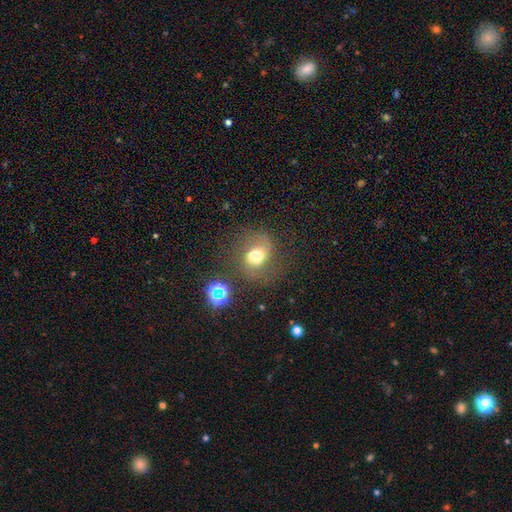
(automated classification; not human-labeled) smooth_or_featured: featured or disk (p=0.45) [alt: smooth p=0.39]
merging: none (p=0.53) [alt: minor disturbance p=0.21]